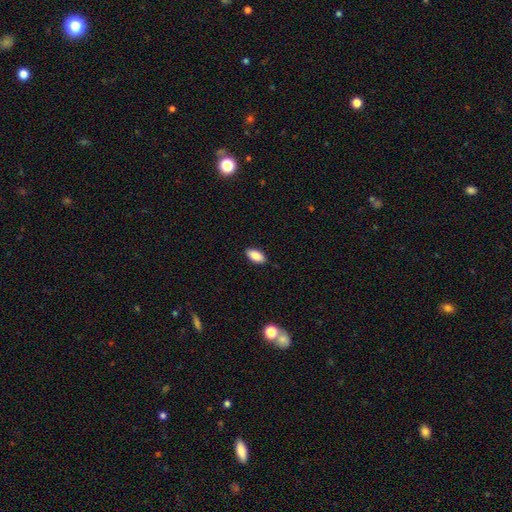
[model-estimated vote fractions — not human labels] smooth 87%, star or artifact 7%, featured or disk 6%. Down the decision tree: how rounded — in between (91%); merging — none (89%).